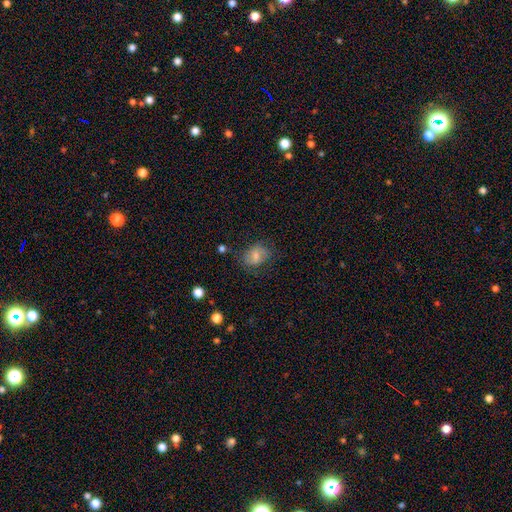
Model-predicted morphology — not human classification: smooth_or_featured: smooth (p=0.69) [alt: featured or disk p=0.21]
how_rounded: in between (p=0.64) [alt: round p=0.34]
merging: none (p=0.63) [alt: minor disturbance p=0.24]